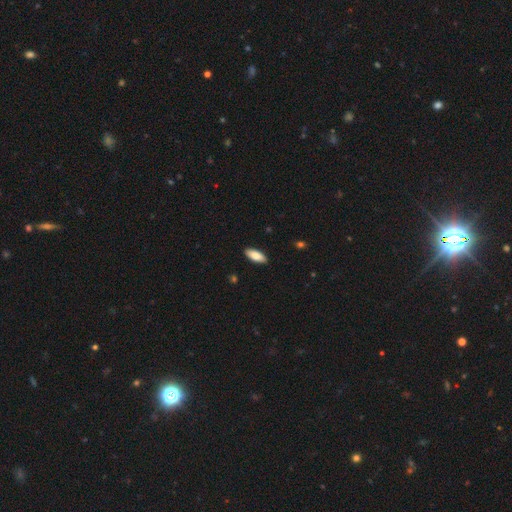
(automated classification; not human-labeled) A smooth galaxy with no disk features (84%) that is in between round and cigar-shaped (79%). Merging: none (89%).